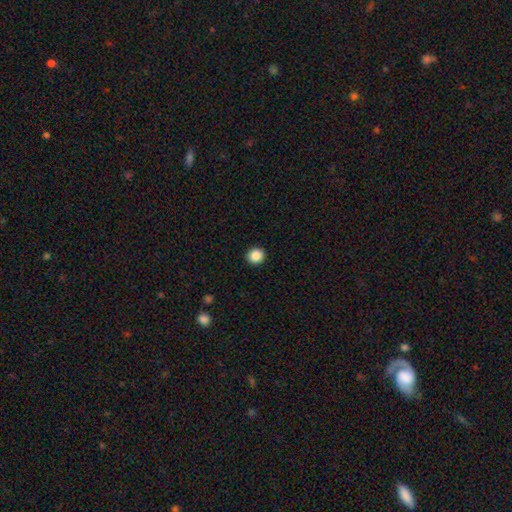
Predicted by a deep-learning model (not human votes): The model was most divided on "smooth or featured": smooth: 87%, star or artifact: 9%, featured or disk: 3%. More confident: merging — none (93%); how rounded — round (90%).